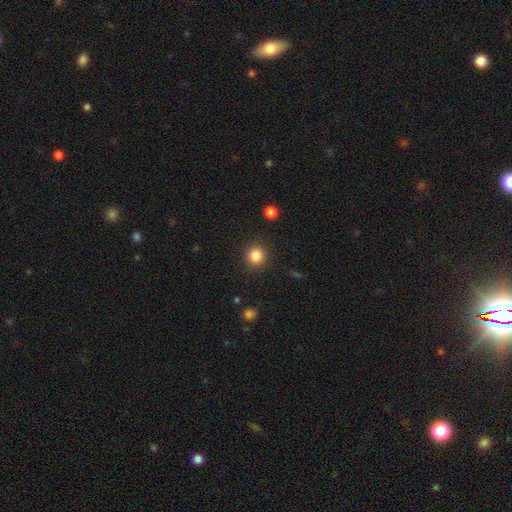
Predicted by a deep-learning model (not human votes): smooth 84%, star or artifact 11%, featured or disk 5%. Down the decision tree: how rounded — round (92%); merging — none (90%).